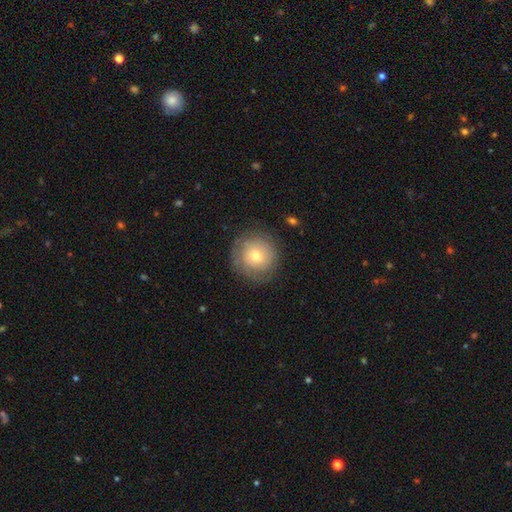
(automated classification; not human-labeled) Morphology: type=smooth (60%); roundness=round (94%); merging=none (81%).